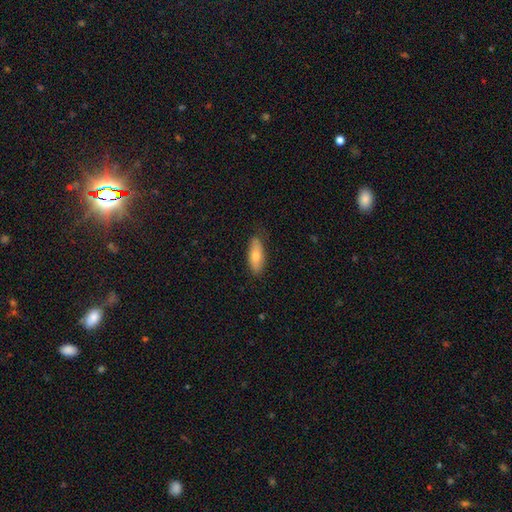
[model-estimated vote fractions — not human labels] Q: Smooth or featured?
A: smooth (70%); runner-up: featured or disk (23%)
Q: How rounded?
A: in between (61%); runner-up: cigar-shaped (36%)
Q: Merging?
A: none (81%); runner-up: minor disturbance (15%)